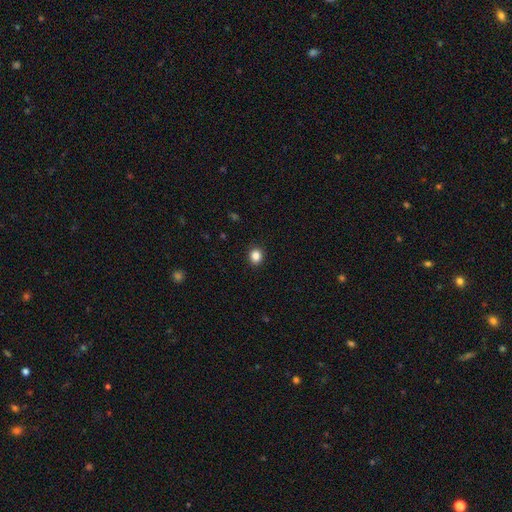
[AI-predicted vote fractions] Morphology: type=smooth (86%); roundness=round (77%); merging=none (91%).